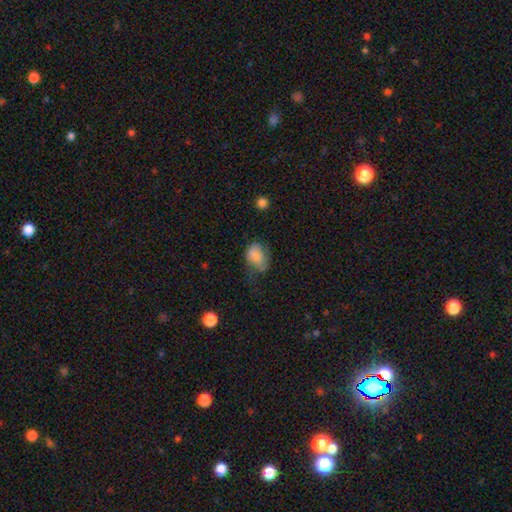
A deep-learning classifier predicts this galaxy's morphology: The model was most divided on "merging": minor disturbance: 36%, none: 35%, major disturbance: 26%, merger: 3%. More confident: smooth or featured — smooth (79%); how rounded — in between (77%).